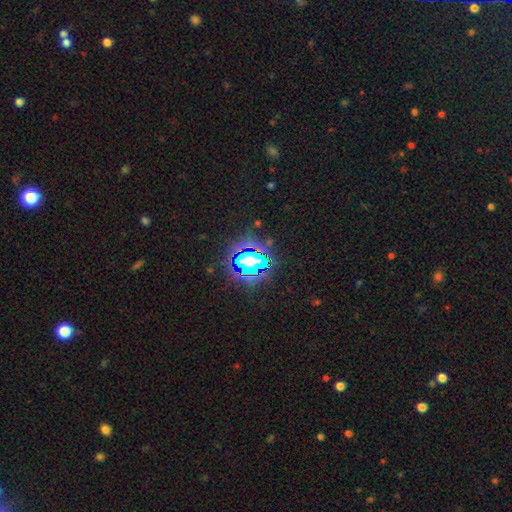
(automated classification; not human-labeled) star or artifact 81%, smooth 12%, featured or disk 7%.